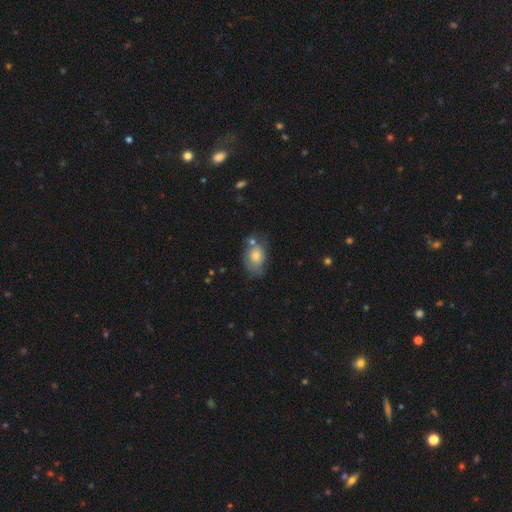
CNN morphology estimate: Smooth or featured? Predicted: smooth (p=0.70). How rounded? Predicted: in between (p=0.75). Merging? Predicted: none (p=0.52).